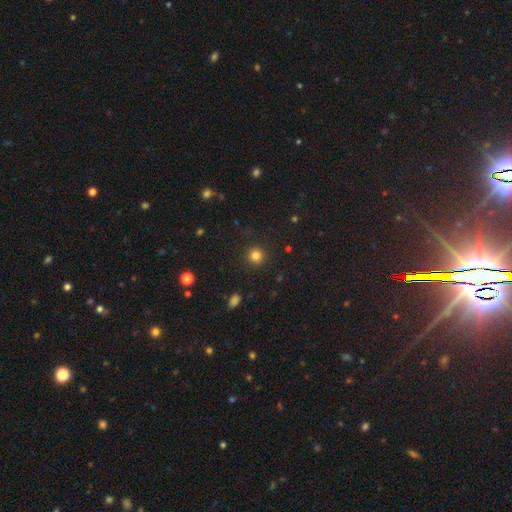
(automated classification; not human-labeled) This appears to be a smooth galaxy with no disk features (82%) that is round (93%). Merging: none (90%).